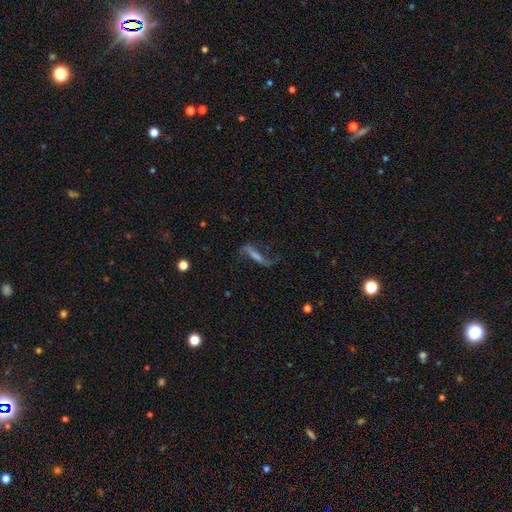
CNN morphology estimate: A featured or disk galaxy (69%). Merging: none (60%).